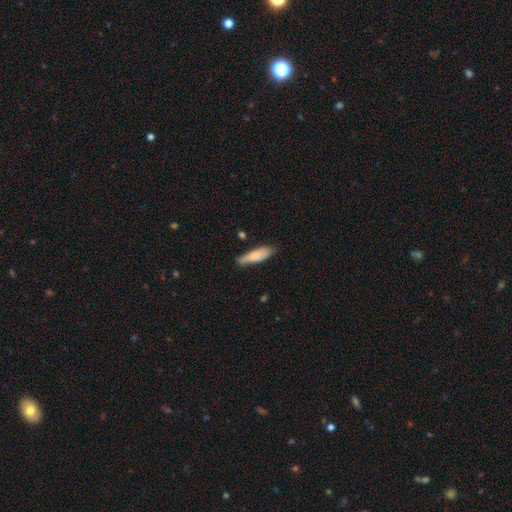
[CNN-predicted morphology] Smooth or featured? smooth (76%)
How rounded? cigar-shaped (52%)
Merging? none (59%)